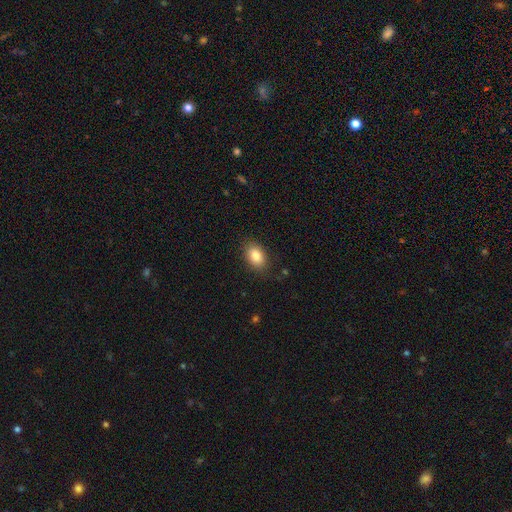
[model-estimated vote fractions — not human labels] smooth 86%, star or artifact 8%, featured or disk 6%. Down the decision tree: how rounded — in between (83%); merging — none (85%).